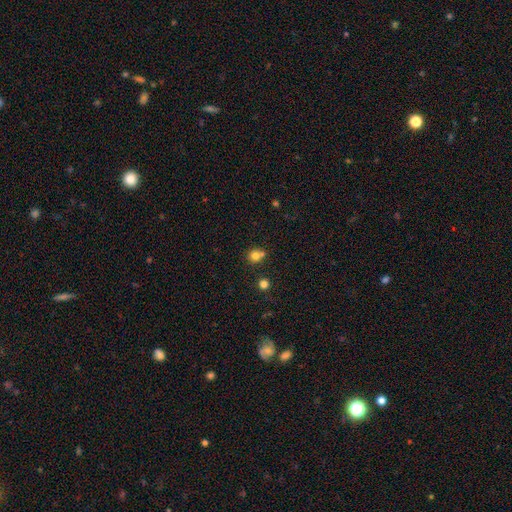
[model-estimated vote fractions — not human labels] smooth-or-featured: smooth: 78% | star or artifact: 14% | featured or disk: 8%
  how-rounded: round: 87% | in between: 12% | cigar-shaped: 1%
  merging: none: 61% | merger: 27% | minor disturbance: 9% | major disturbance: 3%